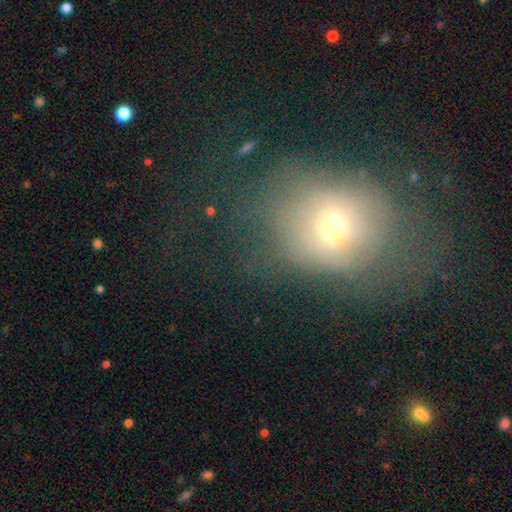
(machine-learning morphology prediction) A smooth galaxy with no disk features (57%) that is round (62%). Merging: none (47%).